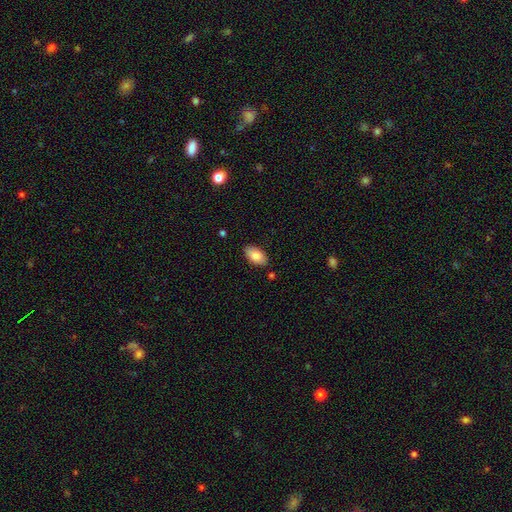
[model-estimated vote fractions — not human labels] Smooth or featured: smooth — 85% (featured or disk — 9%)
How rounded: in between — 94% (cigar-shaped — 3%)
Merging: none — 84% (minor disturbance — 12%)